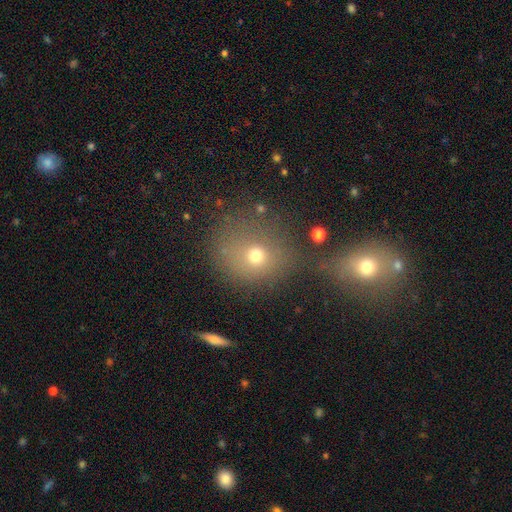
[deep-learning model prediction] This appears to be a smooth galaxy with no disk features (67%) that is round (75%). Merging: none (60%).